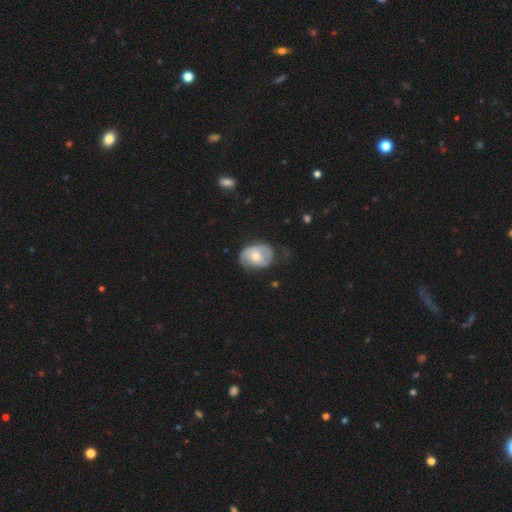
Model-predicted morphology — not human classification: smooth_or_featured: featured or disk (p=0.57) [alt: smooth p=0.37]
disk_edge_on: no (p=0.96) [alt: yes p=0.04]
bar: no (p=0.77) [alt: weak p=0.19]
has_spiral_arms: yes (p=0.68) [alt: no p=0.32]
bulge_size: moderate (p=0.59) [alt: small p=0.36]
merging: none (p=0.51) [alt: minor disturbance p=0.31]